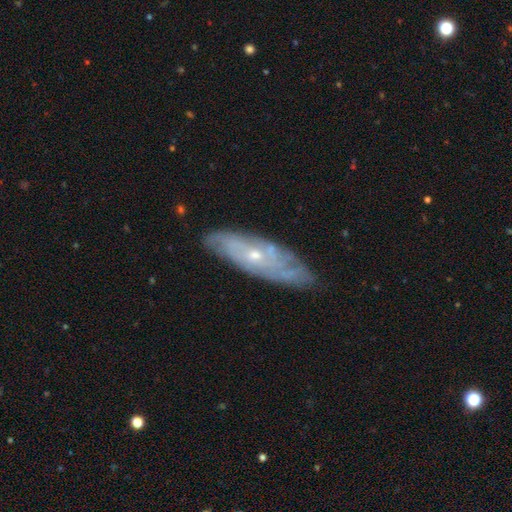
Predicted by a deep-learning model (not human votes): Smooth or featured? featured or disk (72%)
Edge-on disk? no (75%)
Bar? no (79%)
Spiral arms? yes (79%)
Bulge size? small (64%)
Merging? none (77%)